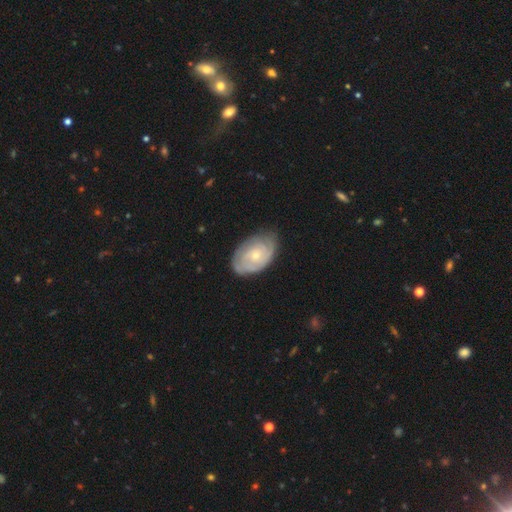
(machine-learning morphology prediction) Smooth or featured? Predicted: featured or disk (p=0.71). Edge-on disk? Predicted: no (p=0.96). Bar? Predicted: no (p=0.79). Spiral arms? Predicted: yes (p=0.85). Spiral winding? Predicted: tight (p=0.73). Spiral arm count? Predicted: can't tell (p=0.47). Bulge size? Predicted: small (p=0.65). Merging? Predicted: none (p=0.72).